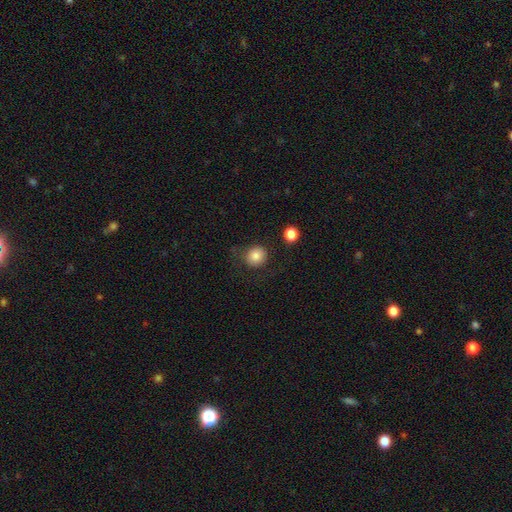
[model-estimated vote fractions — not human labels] The model was most divided on "merging": none: 78%, minor disturbance: 13%, major disturbance: 5%, merger: 4%. More confident: how rounded — round (87%); smooth or featured — smooth (83%).